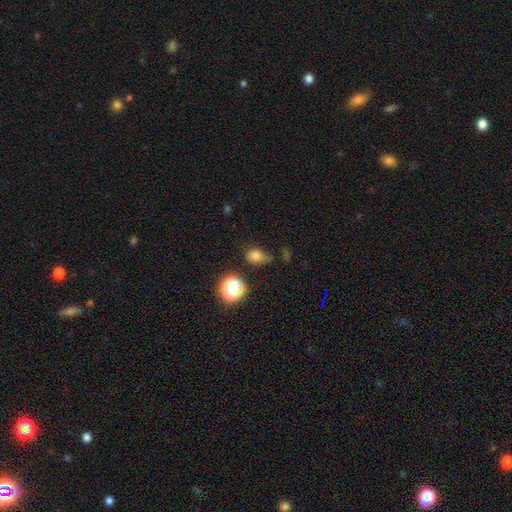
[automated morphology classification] type=smooth (75%); roundness=in between (53%); merging=none (52%).